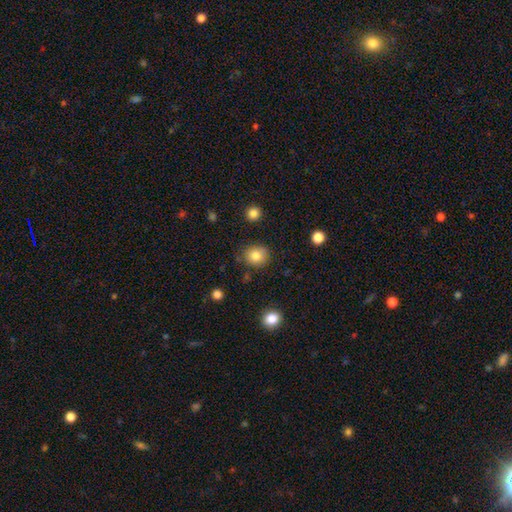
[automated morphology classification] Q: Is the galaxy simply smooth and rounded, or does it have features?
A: smooth — 82%.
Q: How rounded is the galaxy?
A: round — 80%.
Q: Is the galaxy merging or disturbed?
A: none — 82%.